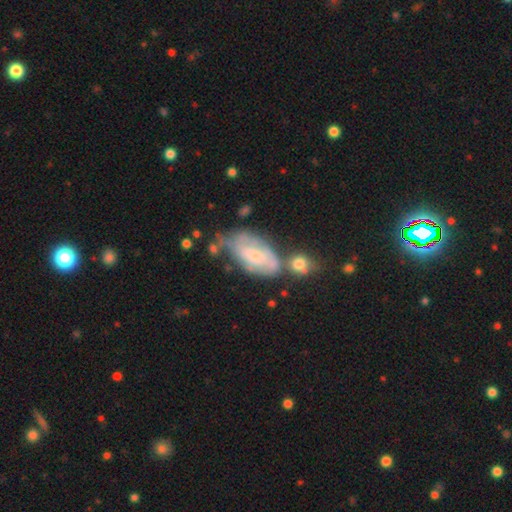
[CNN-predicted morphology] Smooth or featured? featured or disk (55%)
Edge-on disk? no (92%)
Bar? no (60%)
Spiral arms? yes (65%)
Bulge size? small (44%)
Merging? none (38%)